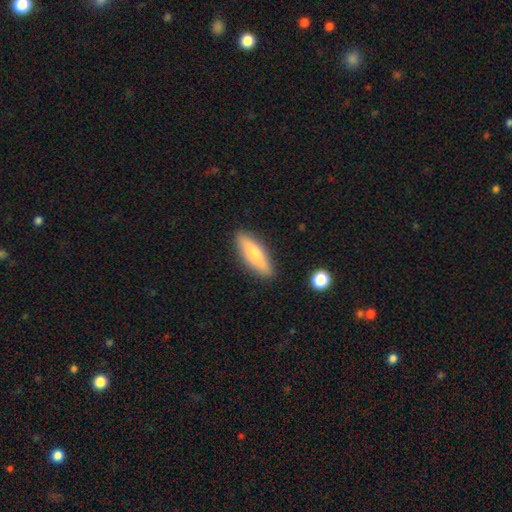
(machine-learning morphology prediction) smooth_or_featured: smooth (p=0.62) [alt: featured or disk p=0.32]
how_rounded: cigar-shaped (p=0.60) [alt: in between p=0.38]
merging: none (p=0.87) [alt: minor disturbance p=0.09]